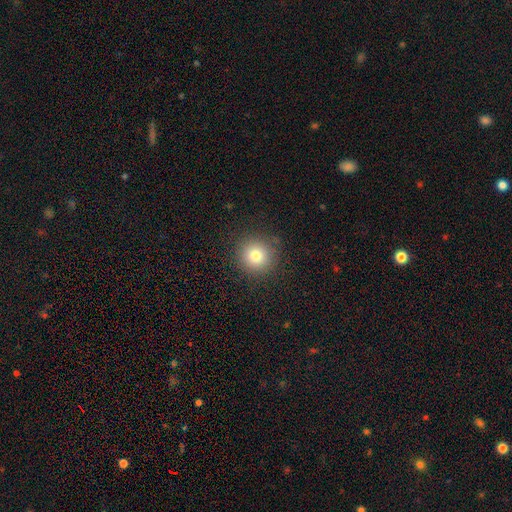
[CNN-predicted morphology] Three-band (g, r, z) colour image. It shows a smooth galaxy with no disk features (79%) that is round (94%). Merging: none (89%).